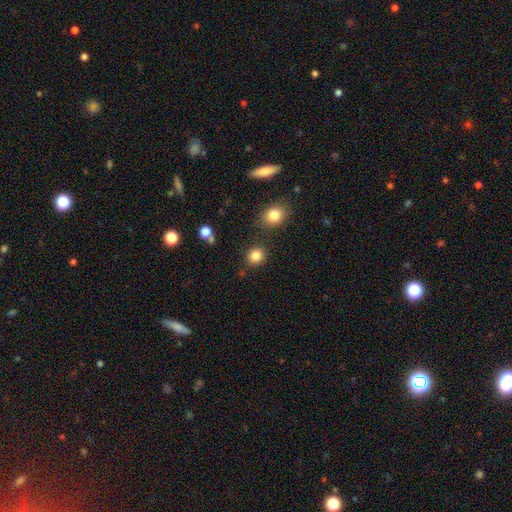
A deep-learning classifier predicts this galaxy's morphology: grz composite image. It shows a smooth galaxy with no disk features (85%) that is round (83%). Merging: none (85%).